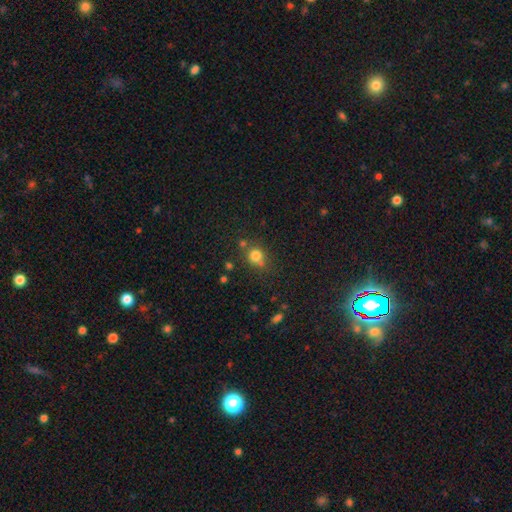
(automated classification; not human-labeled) Overall: smooth (78%). How rounded: round (79%). Merging: none (59%).